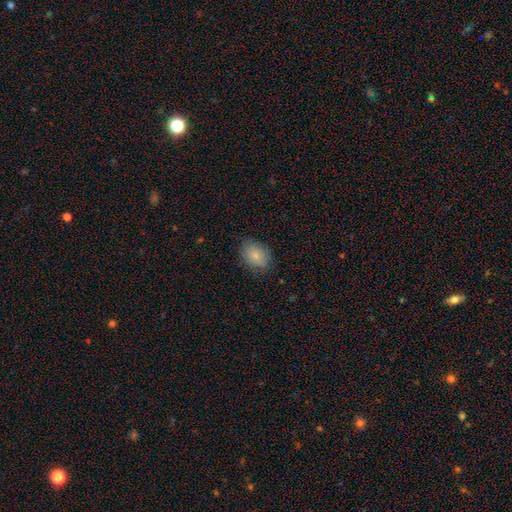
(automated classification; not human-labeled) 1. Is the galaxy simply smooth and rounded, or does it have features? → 83% smooth, 9% featured or disk, 8% star or artifact.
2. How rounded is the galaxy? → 71% in between, 28% round, 1% cigar-shaped.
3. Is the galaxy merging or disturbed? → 81% none, 14% minor disturbance, 4% major disturbance, 1% merger.